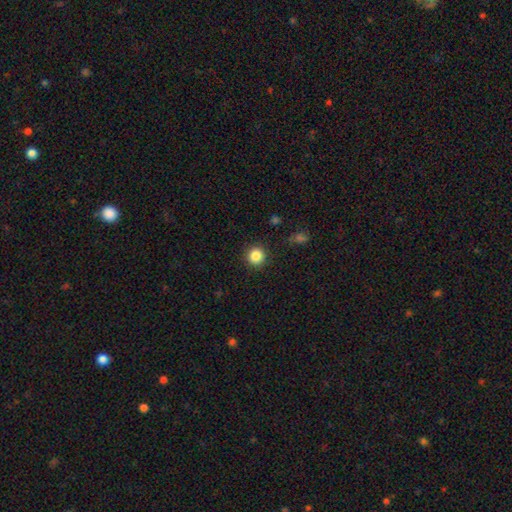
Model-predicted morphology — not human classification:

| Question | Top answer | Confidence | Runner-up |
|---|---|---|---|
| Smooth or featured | smooth | 85% | star or artifact (11%) |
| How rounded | round | 93% | in between (6%) |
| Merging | none | 91% | minor disturbance (6%) |